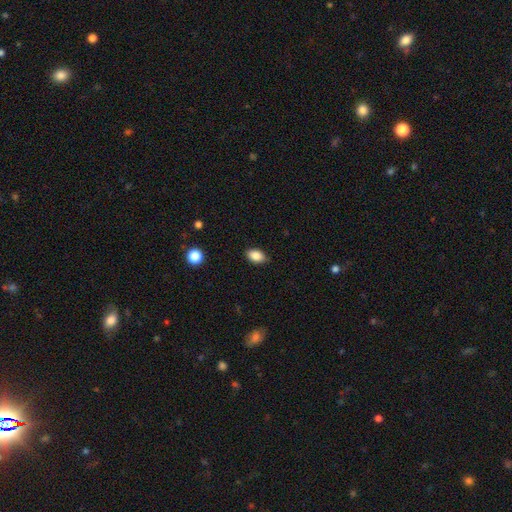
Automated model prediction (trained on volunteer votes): smooth_or_featured: smooth (p=0.87) [alt: star or artifact p=0.08]
how_rounded: in between (p=0.89) [alt: round p=0.10]
merging: none (p=0.86) [alt: minor disturbance p=0.11]